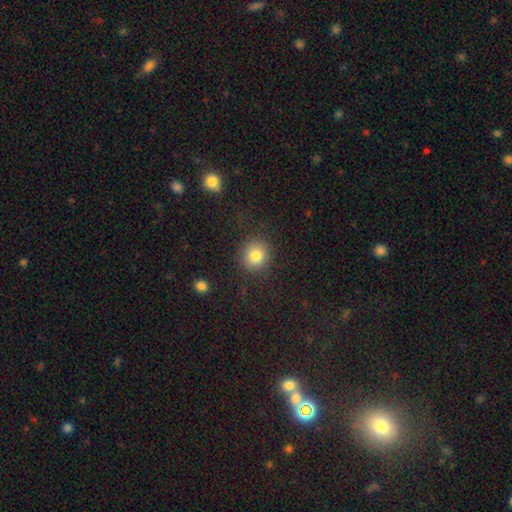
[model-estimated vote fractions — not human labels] smooth 81%, star or artifact 11%, featured or disk 7%. Down the decision tree: how rounded — round (89%); merging — none (87%).